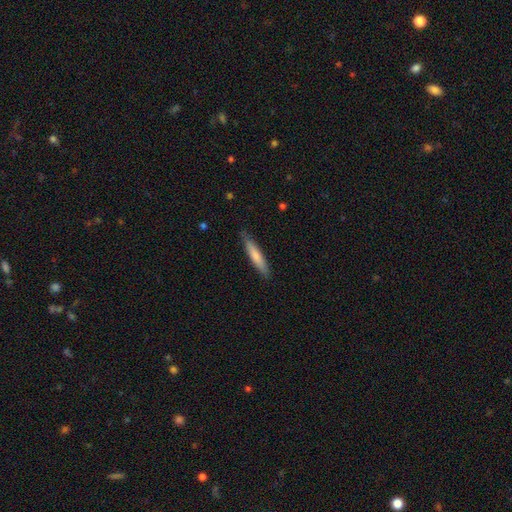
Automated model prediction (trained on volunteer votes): This is likely a smooth galaxy (74%). How rounded: clearly cigar-shaped (89%). Merging: clearly none (85%).